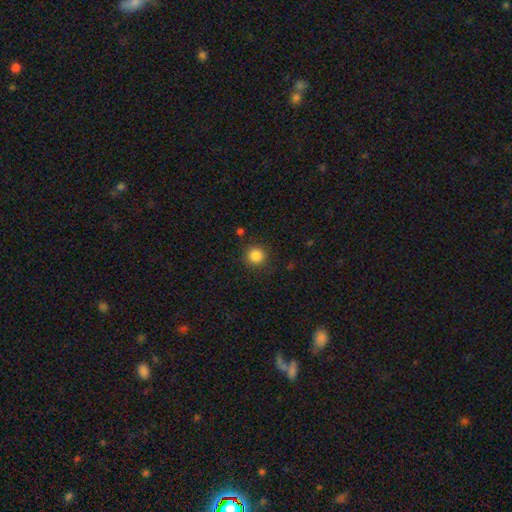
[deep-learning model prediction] Smooth or featured? Predicted: smooth (p=0.85). How rounded? Predicted: round (p=0.93). Merging? Predicted: none (p=0.89).